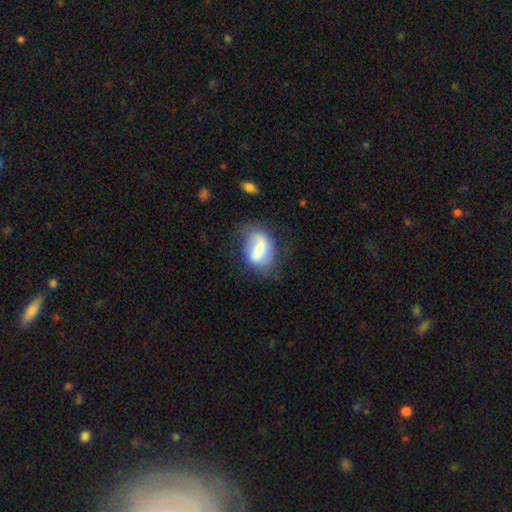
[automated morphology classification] The model was most divided on "smooth or featured": smooth: 53%, featured or disk: 39%, star or artifact: 8%. More confident: how rounded — in between (75%); merging — none (55%).